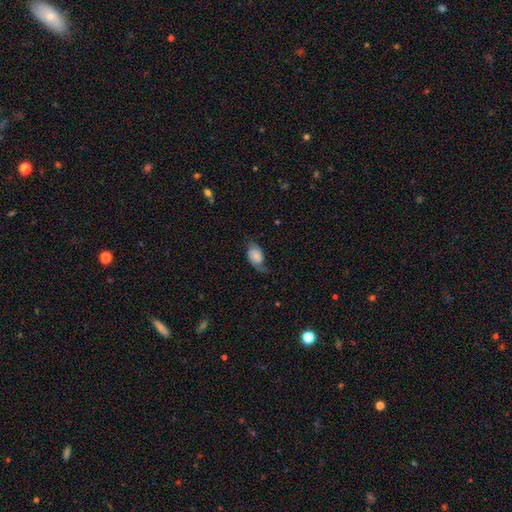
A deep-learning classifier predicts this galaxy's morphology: type=smooth (55%); roundness=in between (89%); merging=none (45%).